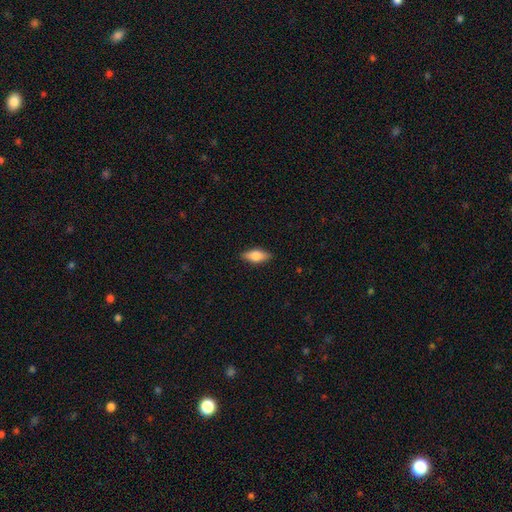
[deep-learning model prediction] Smooth or featured: smooth — 74% (featured or disk — 19%)
How rounded: in between — 79% (cigar-shaped — 18%)
Merging: none — 87% (minor disturbance — 10%)